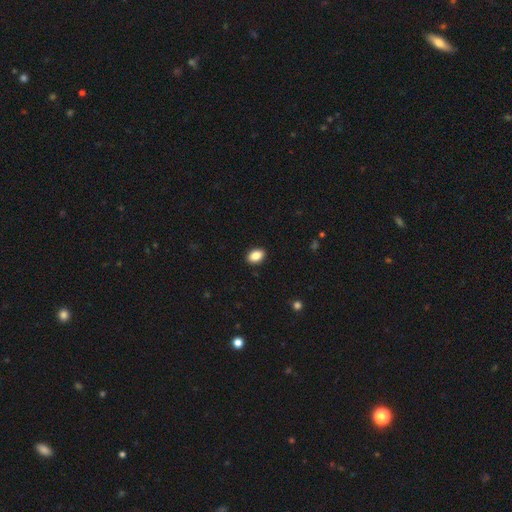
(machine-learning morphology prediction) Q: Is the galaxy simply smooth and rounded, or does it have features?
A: smooth — 87%.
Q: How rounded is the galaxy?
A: in between — 84%.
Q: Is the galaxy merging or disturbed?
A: none — 91%.